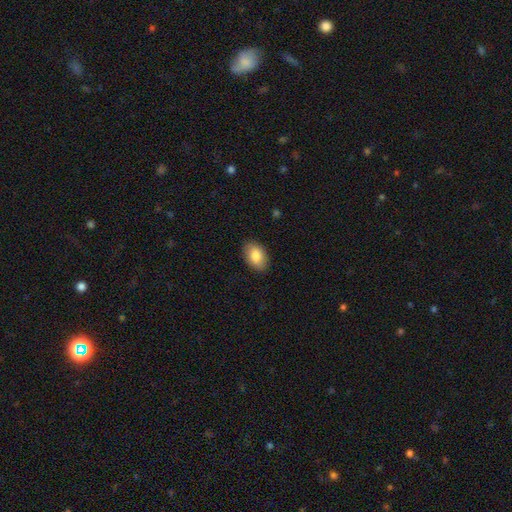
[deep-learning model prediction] Smooth or featured: smooth — 86% (featured or disk — 7%)
How rounded: in between — 90% (round — 9%)
Merging: none — 88% (minor disturbance — 9%)